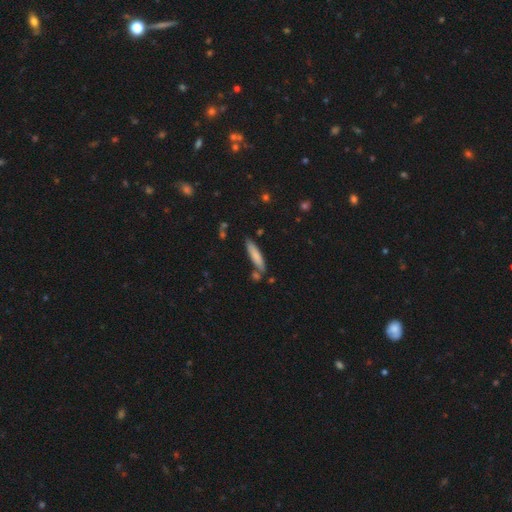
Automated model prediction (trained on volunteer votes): The model was most divided on "smooth or featured": smooth: 78%, featured or disk: 16%, star or artifact: 6%. More confident: how rounded — cigar-shaped (83%); merging — none (76%).